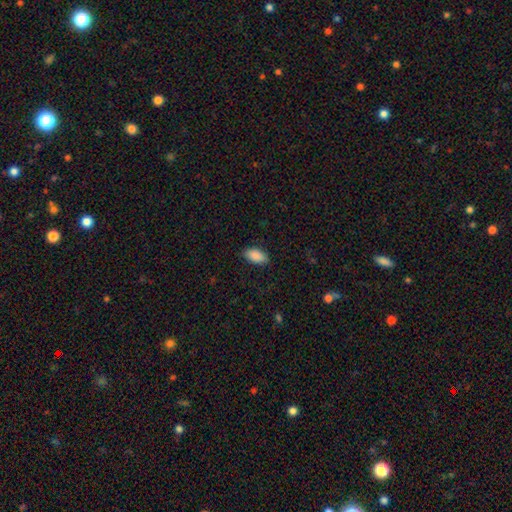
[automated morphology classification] Smooth or featured? smooth (90%)
How rounded? in between (94%)
Merging? none (84%)